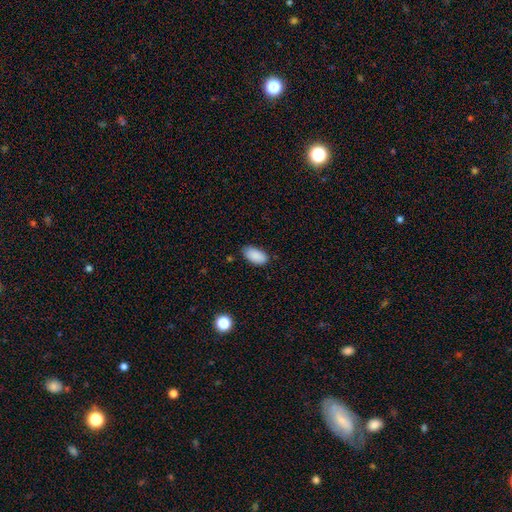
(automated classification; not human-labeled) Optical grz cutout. It shows a smooth galaxy with no disk features (89%) that is in between round and cigar-shaped (95%). Merging: none (82%).